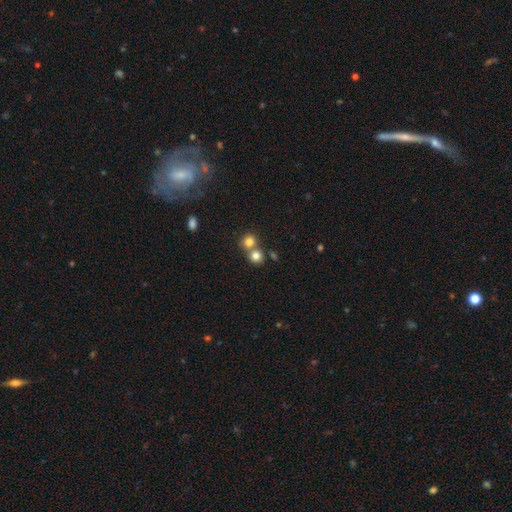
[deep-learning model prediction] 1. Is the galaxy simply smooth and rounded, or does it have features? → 79% smooth, 12% star or artifact, 8% featured or disk.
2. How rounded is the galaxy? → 85% round, 14% in between, 1% cigar-shaped.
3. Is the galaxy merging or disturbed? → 48% none, 43% merger, 6% minor disturbance, 2% major disturbance.